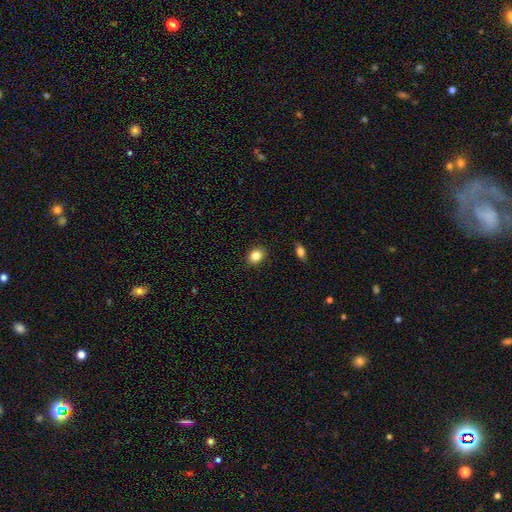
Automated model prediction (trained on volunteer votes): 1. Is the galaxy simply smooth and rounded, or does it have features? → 84% smooth, 10% star or artifact, 6% featured or disk.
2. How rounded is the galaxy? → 52% in between, 47% round, 1% cigar-shaped.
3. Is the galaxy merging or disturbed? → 89% none, 8% minor disturbance, 2% major disturbance, 1% merger.